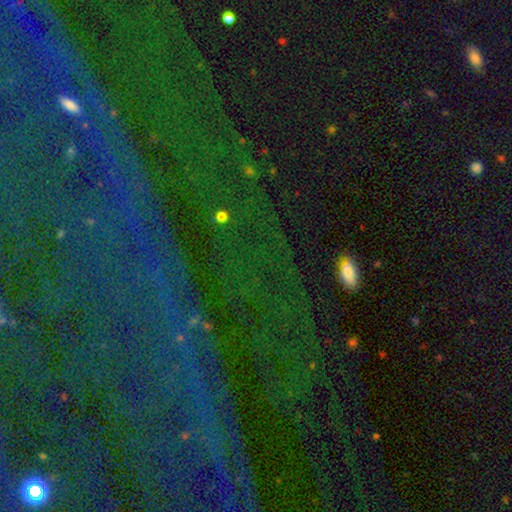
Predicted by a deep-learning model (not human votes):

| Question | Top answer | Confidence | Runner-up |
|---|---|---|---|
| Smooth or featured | star or artifact | 59% | smooth (24%) |